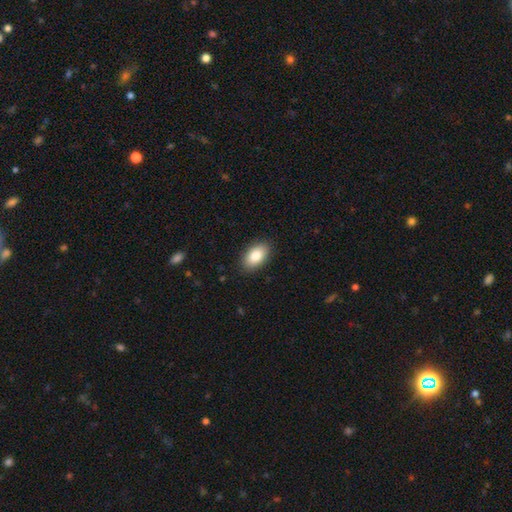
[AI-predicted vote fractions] Morphology: type=smooth (85%); roundness=in between (93%); merging=none (88%).